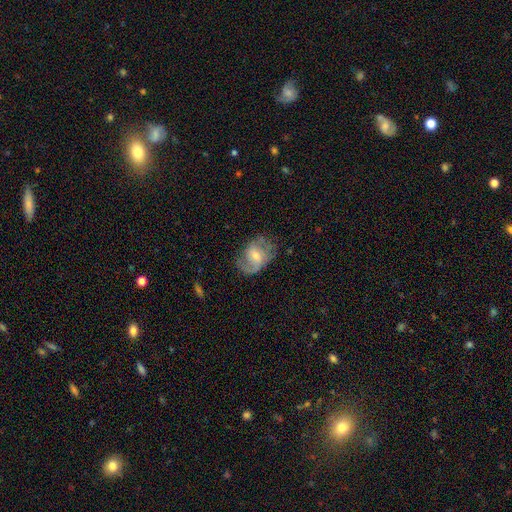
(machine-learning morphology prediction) smooth-or-featured: featured or disk: 68% | smooth: 25% | star or artifact: 7%
  disk-edge-on: no: 97% | yes: 3%
    bar: weak: 50% | no: 35% | strong: 15%
    has-spiral-arms: yes: 86% | no: 14%
      spiral-winding: medium: 42% (tied) | loose: 42% (tied) | tight: 16%
      spiral-arm-count: 2: 63% | 1: 16% | can't tell: 14% | 3: 4% | 4: 1% | more than 4: 1%
    bulge-size: moderate: 51% | small: 42% | large: 3% | none: 3% | dominant: 1%
  merging: none: 55% | minor disturbance: 25% | major disturbance: 18% | merger: 2%